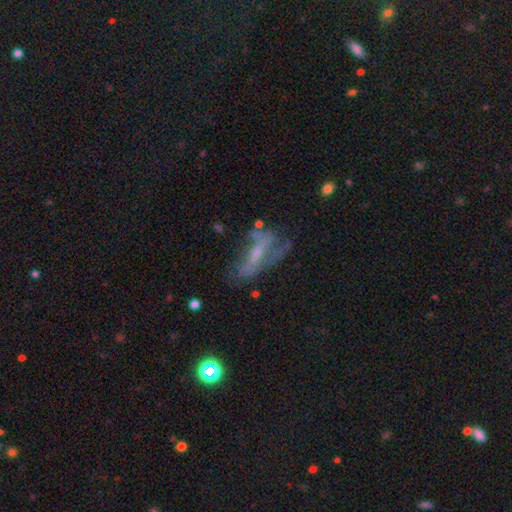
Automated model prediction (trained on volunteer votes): A featured or disk galaxy (61%).

Vote fractions:
- Smooth or featured? featured or disk: 61% / smooth: 29% / star or artifact: 10%
- Edge-on disk? no: 81% / yes: 19%
- Merging? none: 41% / major disturbance: 29% / minor disturbance: 25% / merger: 6%